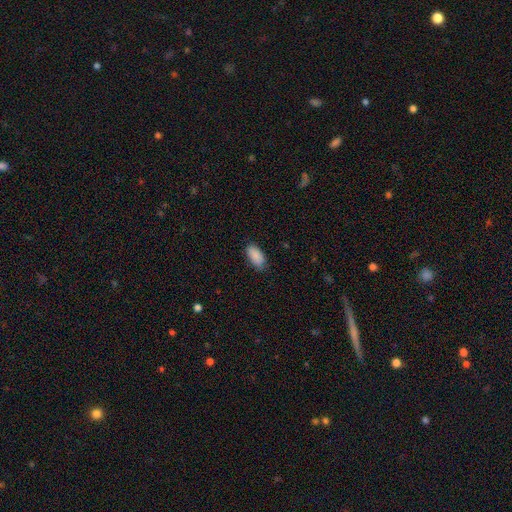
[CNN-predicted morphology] This is clearly a smooth galaxy (89%). How rounded: clearly in between (93%). Merging: likely none (79%).